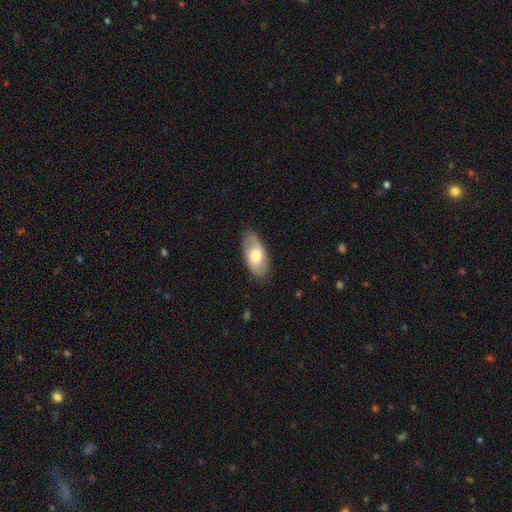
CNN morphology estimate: Smooth or featured: smooth — 57% (featured or disk — 37%)
How rounded: in between — 92% (cigar-shaped — 4%)
Merging: none — 80% (minor disturbance — 15%)